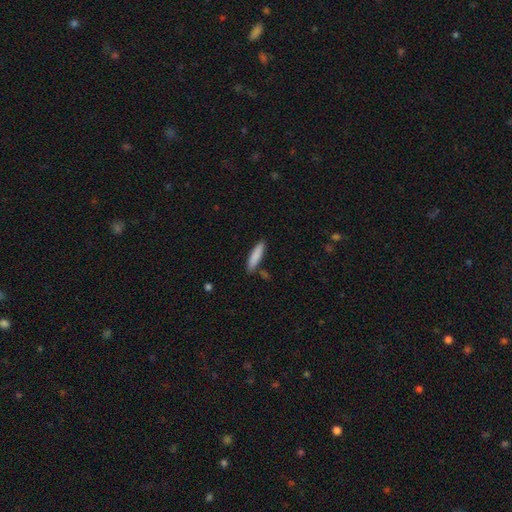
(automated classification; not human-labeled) smooth_or_featured: smooth (p=0.85) [alt: featured or disk p=0.09]
how_rounded: cigar-shaped (p=0.79) [alt: in between p=0.19]
merging: none (p=0.82) [alt: minor disturbance p=0.11]